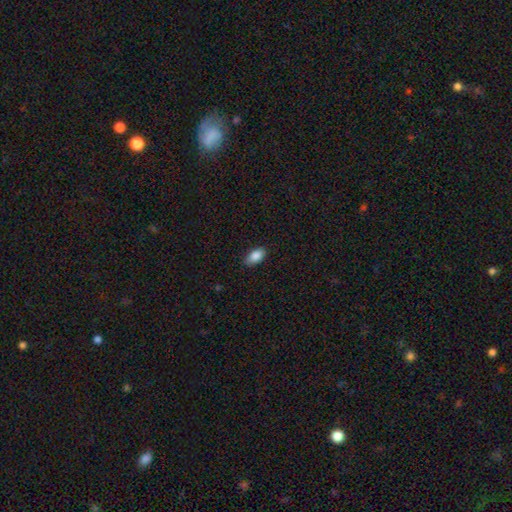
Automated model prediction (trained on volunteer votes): A smooth galaxy with no disk features (88%) that is in between round and cigar-shaped (92%). Merging: none (82%).